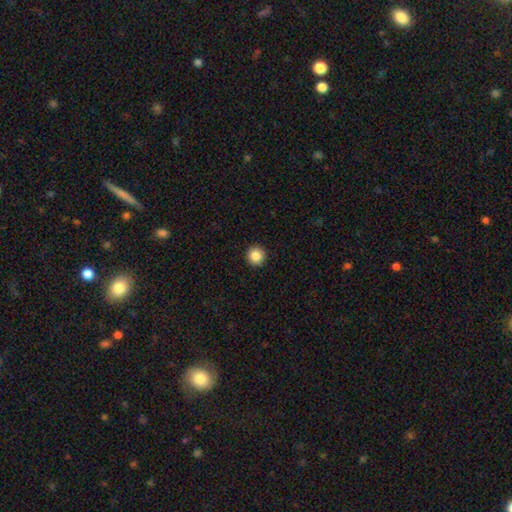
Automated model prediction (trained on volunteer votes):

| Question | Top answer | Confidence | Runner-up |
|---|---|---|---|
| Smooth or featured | smooth | 86% | star or artifact (10%) |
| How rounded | round | 96% | in between (4%) |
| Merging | none | 94% | minor disturbance (4%) |